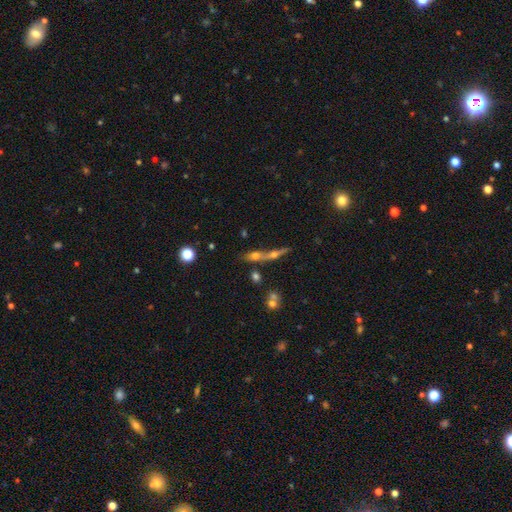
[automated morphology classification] Smooth or featured?
  - featured or disk: 44% *
  - smooth: 39%
  - star or artifact: 17%
Merging?
  - merger: 48% *
  - none: 36%
  - minor disturbance: 10%
  - major disturbance: 7%